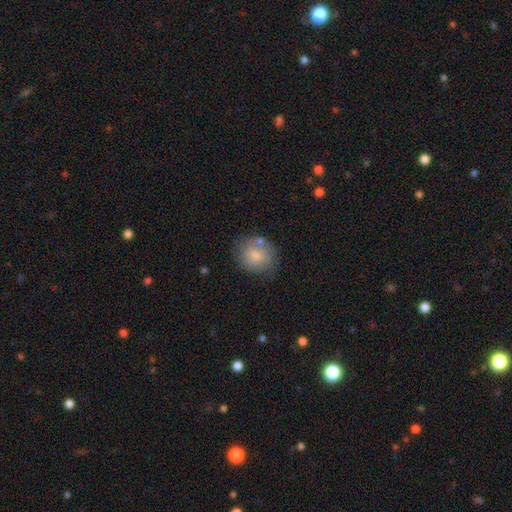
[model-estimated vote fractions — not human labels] The model was most divided on "merging": none: 64%, minor disturbance: 20%, merger: 9%, major disturbance: 7%. More confident: how rounded — round (81%); smooth or featured — smooth (73%).